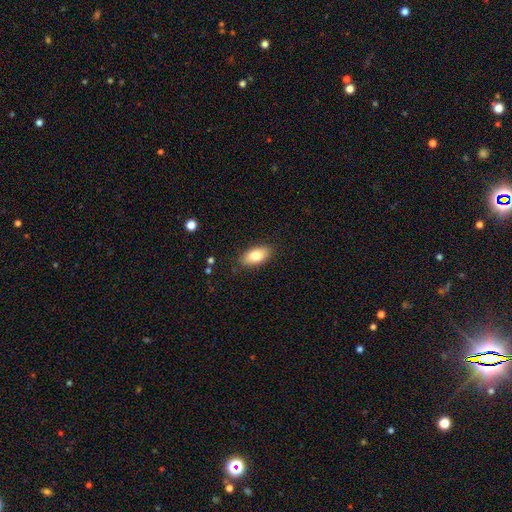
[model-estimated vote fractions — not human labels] A smooth galaxy with no disk features (80%) that is in between round and cigar-shaped (90%). Merging: none (86%).